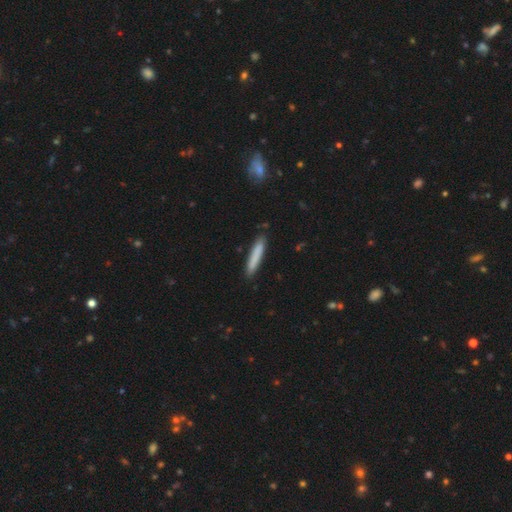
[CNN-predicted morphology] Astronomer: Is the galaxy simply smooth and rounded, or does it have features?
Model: smooth — 81%.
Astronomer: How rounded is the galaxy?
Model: cigar-shaped — 92%.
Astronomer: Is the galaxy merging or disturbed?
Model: none — 87%.